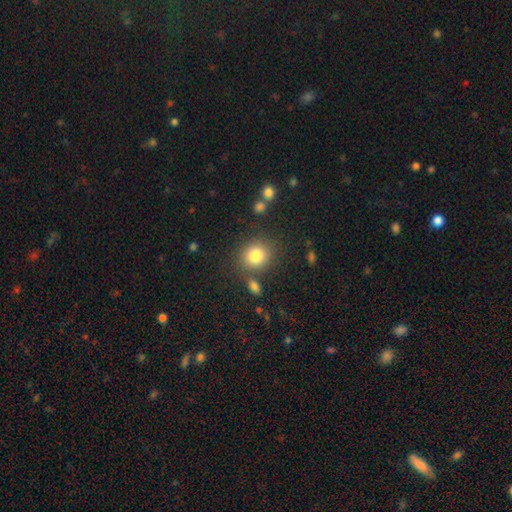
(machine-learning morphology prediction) Q: Smooth or featured?
A: smooth (82%); runner-up: star or artifact (10%)
Q: How rounded?
A: round (80%); runner-up: in between (19%)
Q: Merging?
A: none (77%); runner-up: minor disturbance (10%)